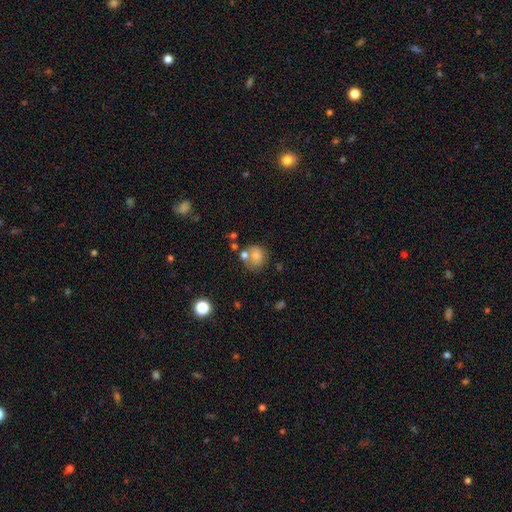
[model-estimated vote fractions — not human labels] Q: Smooth or featured?
A: smooth (72%); runner-up: featured or disk (18%)
Q: How rounded?
A: round (79%); runner-up: in between (20%)
Q: Merging?
A: none (54%); runner-up: merger (22%)